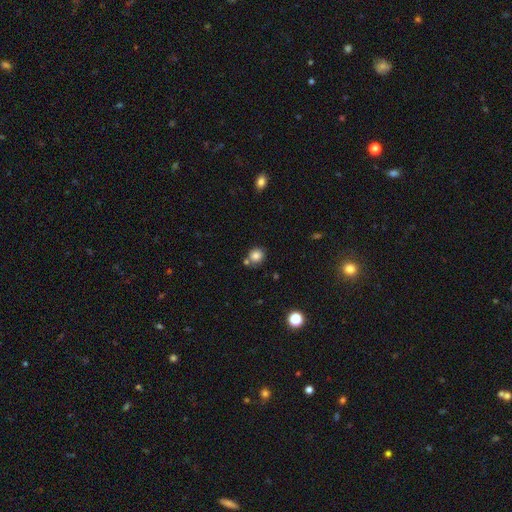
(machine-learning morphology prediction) smooth-or-featured: smooth: 83% | star or artifact: 11% | featured or disk: 6%
  how-rounded: round: 87% | in between: 12% | cigar-shaped: 1%
  merging: none: 71% | merger: 14% | minor disturbance: 12% | major disturbance: 3%